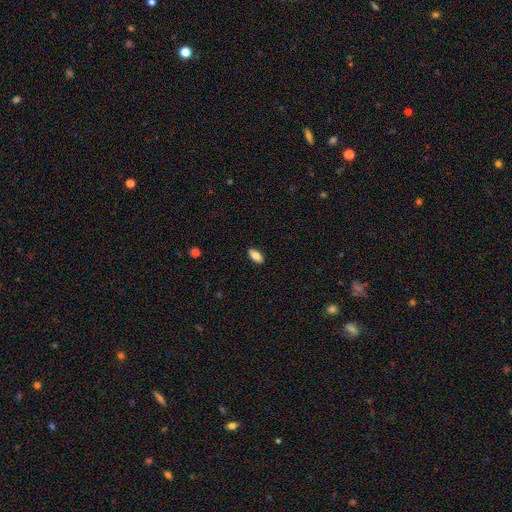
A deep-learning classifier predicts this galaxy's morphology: This appears to be a smooth galaxy with no disk features (81%) that is in between round and cigar-shaped (89%). Merging: none (90%).